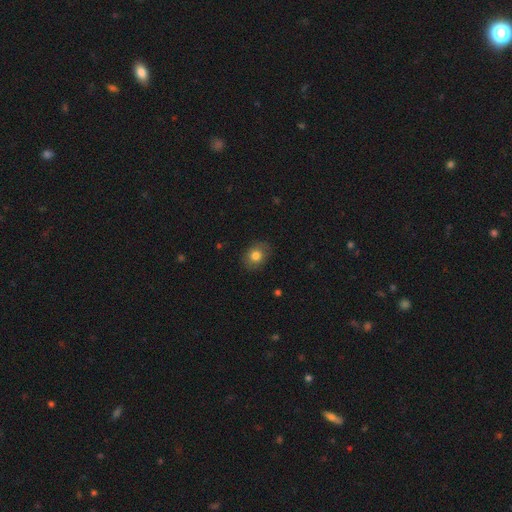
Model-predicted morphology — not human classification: This appears to be a smooth galaxy with no disk features (80%) that is in between round and cigar-shaped (50%). Merging: none (85%).